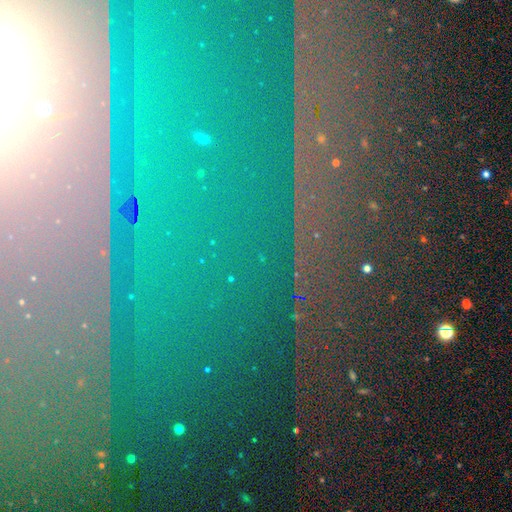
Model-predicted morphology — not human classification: Q: Smooth or featured?
A: star or artifact (83%); runner-up: featured or disk (9%)